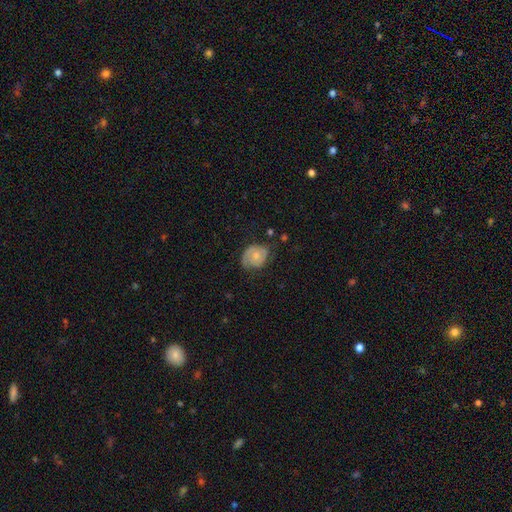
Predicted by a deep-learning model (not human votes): Q: Smooth or featured?
A: smooth (49%); runner-up: featured or disk (43%)
Q: Merging?
A: none (54%); runner-up: minor disturbance (32%)